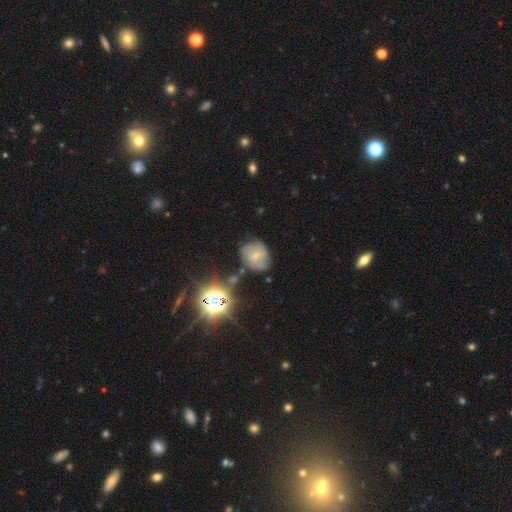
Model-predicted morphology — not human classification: type=featured or disk (42%, tied with smooth); merging=none (61%).